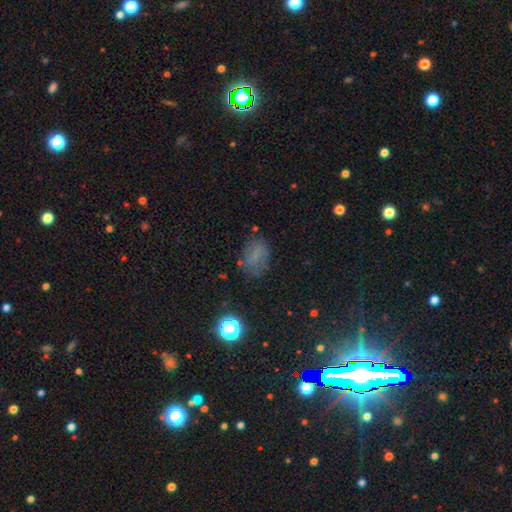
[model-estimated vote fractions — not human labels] Smooth or featured: smooth — 60% (star or artifact — 22%)
How rounded: in between — 72% (round — 27%)
Merging: none — 64% (minor disturbance — 23%)